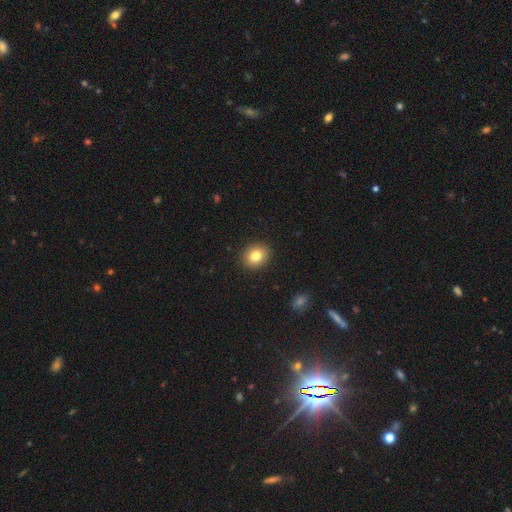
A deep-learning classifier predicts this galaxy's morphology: This is clearly a smooth galaxy (81%). How rounded: possibly round (58%). Merging: clearly none (90%).